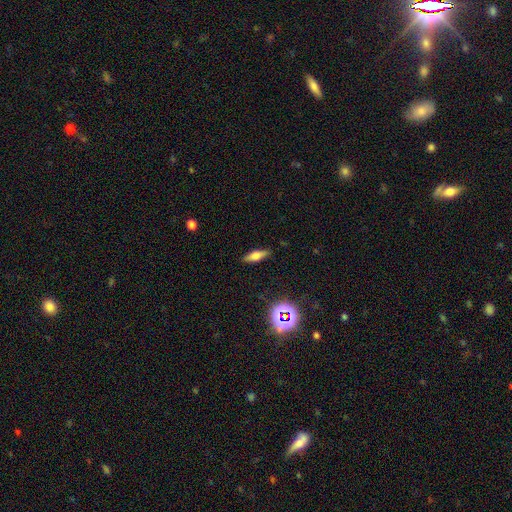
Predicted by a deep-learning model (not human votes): smooth_or_featured: smooth (p=0.63) [alt: featured or disk p=0.25]
how_rounded: in between (p=0.53) [alt: cigar-shaped p=0.43]
merging: none (p=0.85) [alt: minor disturbance p=0.11]